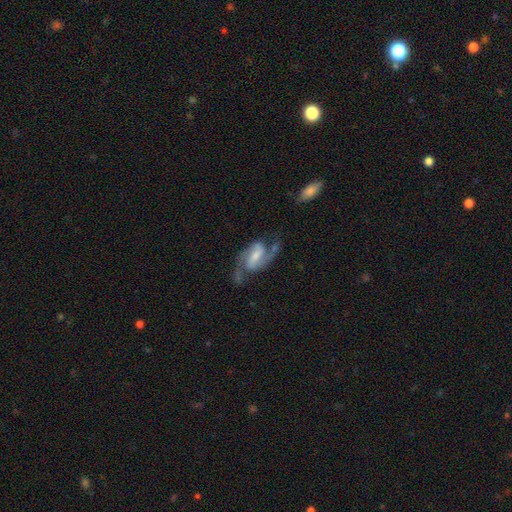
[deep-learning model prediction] Morphology: type=featured or disk (89%); edge-on=no (97%); bar=weak (46%); spiral arms=yes (97%); winding=medium (54%); arm count=2 (92%); bulge=small (42%); merging=none (67%).